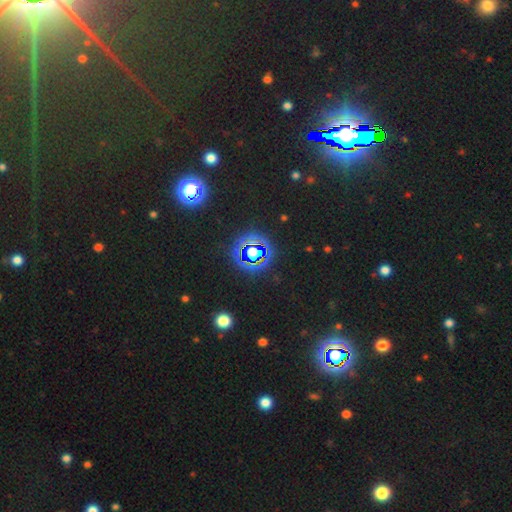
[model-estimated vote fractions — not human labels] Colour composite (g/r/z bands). It shows a star or artifact, not a galaxy (74%).